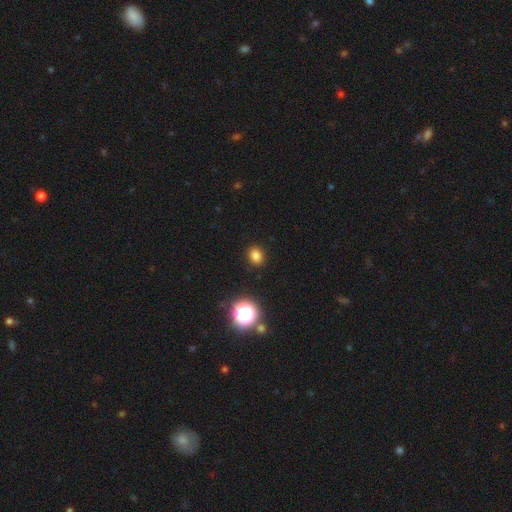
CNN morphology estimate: This appears to be a smooth galaxy with no disk features (80%) that is round (59%). Merging: none (90%).